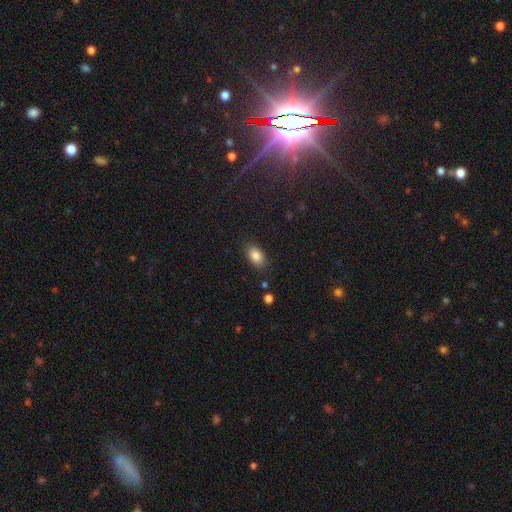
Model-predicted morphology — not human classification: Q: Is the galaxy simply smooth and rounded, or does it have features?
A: smooth — 86%.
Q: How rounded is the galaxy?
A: in between — 89%.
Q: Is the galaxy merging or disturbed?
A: none — 85%.